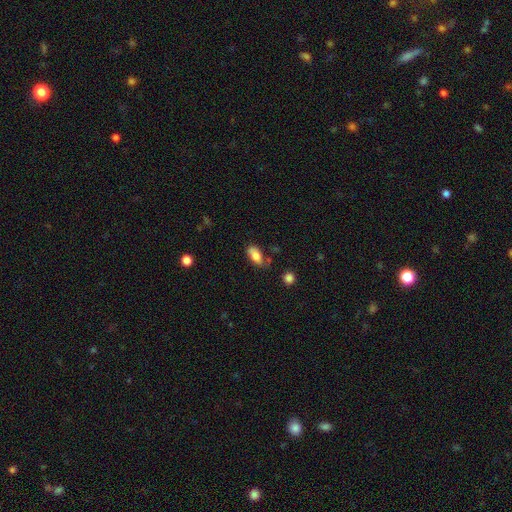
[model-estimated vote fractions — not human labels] This appears to be a smooth galaxy with no disk features (78%) that is in between round and cigar-shaped (89%). Merging: none (64%).